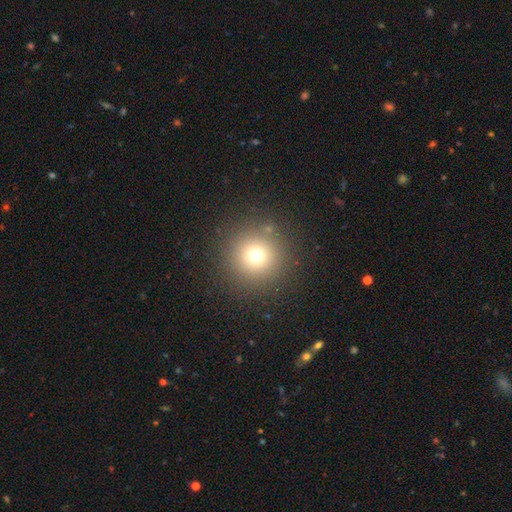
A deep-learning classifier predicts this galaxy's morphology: smooth 71%, star or artifact 19%, featured or disk 10%. Down the decision tree: how rounded — round (96%); merging — none (88%).